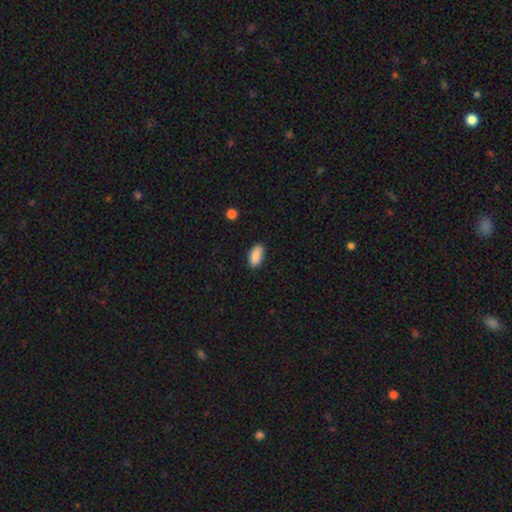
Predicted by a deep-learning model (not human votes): The model was most divided on "merging": none: 84%, minor disturbance: 13%, major disturbance: 2%, merger: 1%. More confident: how rounded — in between (91%); smooth or featured — smooth (89%).